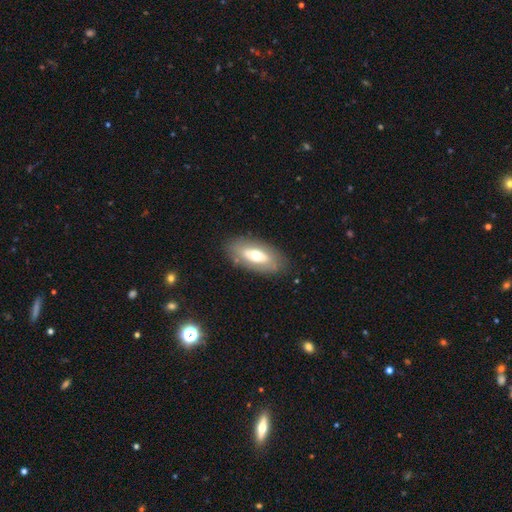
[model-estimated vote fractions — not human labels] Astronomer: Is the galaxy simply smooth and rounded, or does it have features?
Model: smooth — 51% (runner-up: featured or disk, 43%).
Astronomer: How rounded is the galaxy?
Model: in between — 88%.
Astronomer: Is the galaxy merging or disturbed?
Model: none — 82%.